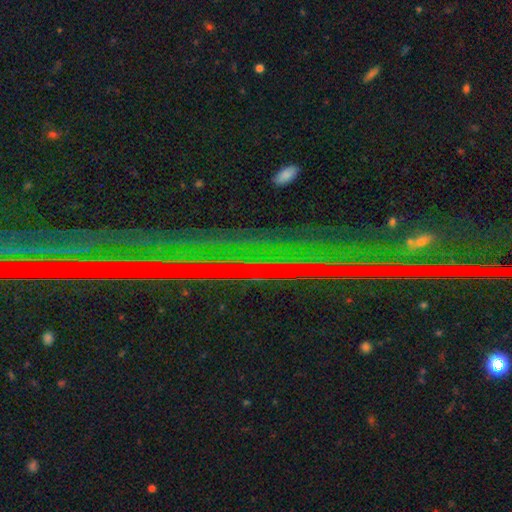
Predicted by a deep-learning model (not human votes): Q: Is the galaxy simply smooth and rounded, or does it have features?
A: star or artifact — 82%.